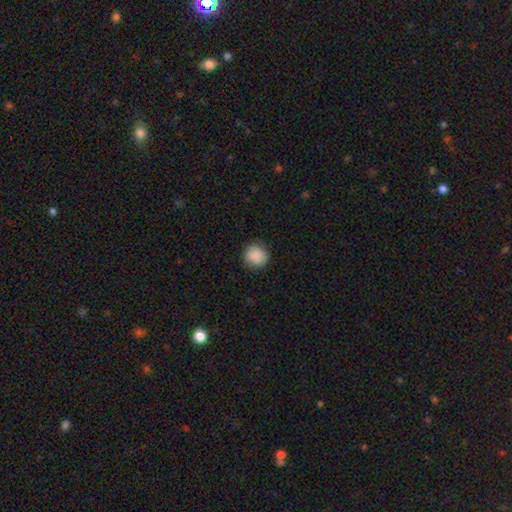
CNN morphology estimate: This appears to be a smooth galaxy with no disk features (89%) that is round (91%). Merging: none (88%).